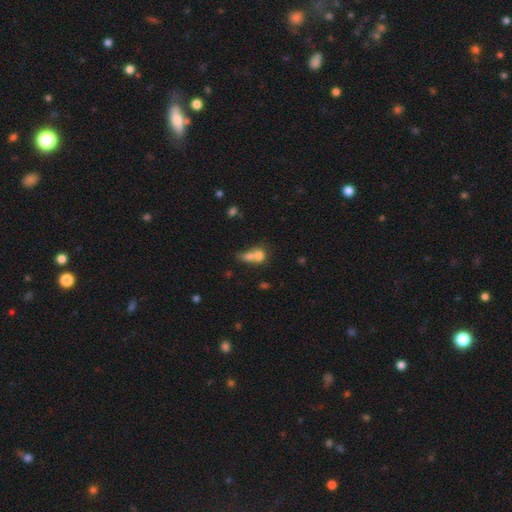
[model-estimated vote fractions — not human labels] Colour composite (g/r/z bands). It shows a smooth galaxy with no disk features (71%) that is round (51%). Merging: merger (67%).